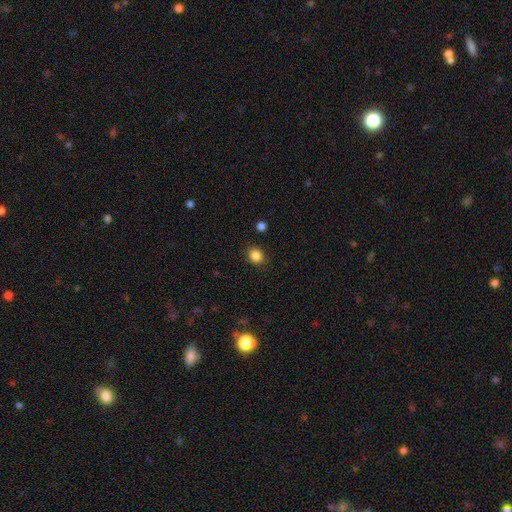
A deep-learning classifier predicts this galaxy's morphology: Smooth or featured?
  - smooth: 85% *
  - star or artifact: 11%
  - featured or disk: 3%
How rounded?
  - round: 80% *
  - in between: 19%
  - cigar-shaped: 1%
Merging?
  - none: 88% *
  - minor disturbance: 8%
  - major disturbance: 2%
  - merger: 2%